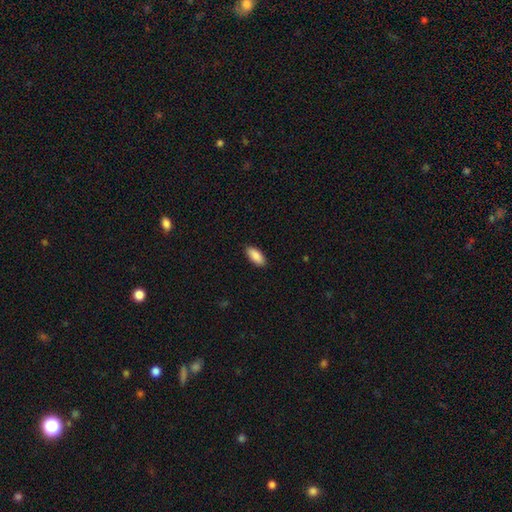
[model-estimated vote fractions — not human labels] smooth-or-featured: smooth: 89% | star or artifact: 6% | featured or disk: 5%
  how-rounded: in between: 87% | cigar-shaped: 11% | round: 2%
  merging: none: 88% | minor disturbance: 9% | major disturbance: 2% | merger: 1%